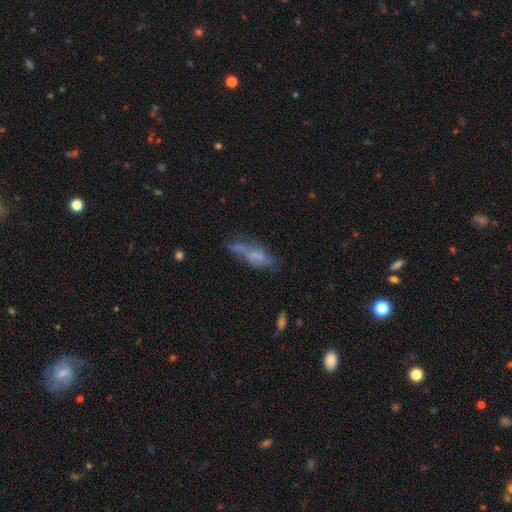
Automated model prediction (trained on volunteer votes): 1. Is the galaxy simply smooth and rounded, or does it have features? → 47% smooth, 41% featured or disk, 12% star or artifact.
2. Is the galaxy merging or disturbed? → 34% none, 25% minor disturbance, 24% major disturbance, 17% merger.